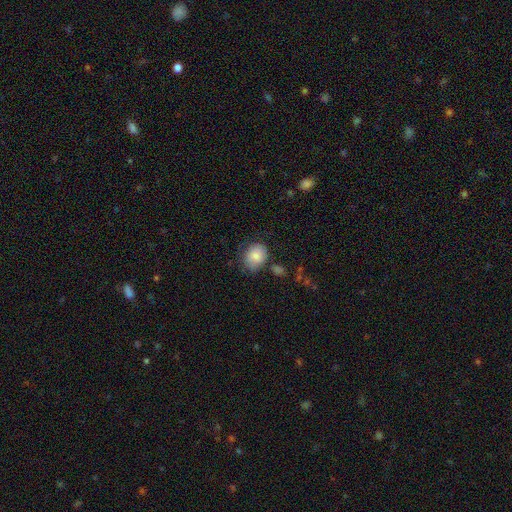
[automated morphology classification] Smooth or featured? Predicted: smooth (p=0.83). How rounded? Predicted: round (p=0.51). Merging? Predicted: none (p=0.65).